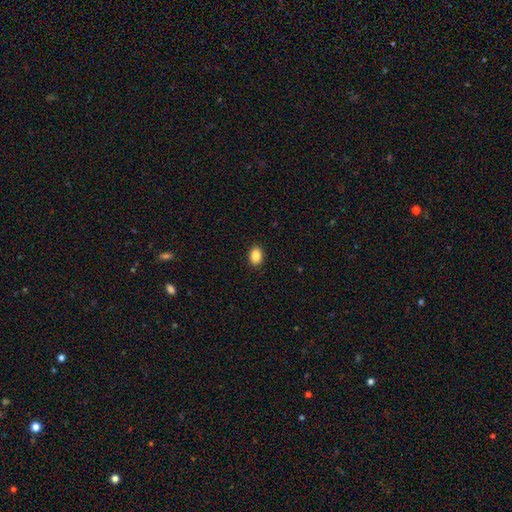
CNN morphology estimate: type=smooth (88%); roundness=in between (78%); merging=none (90%).